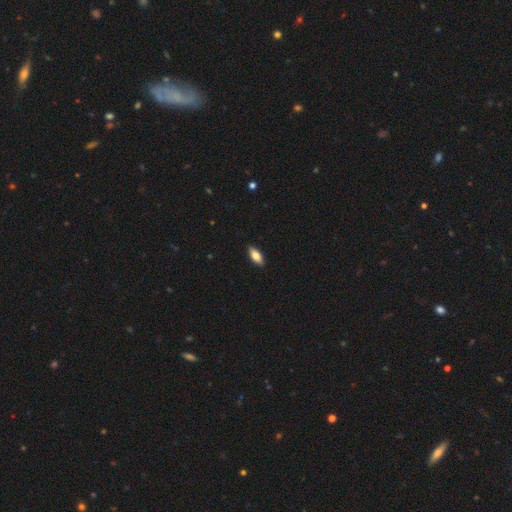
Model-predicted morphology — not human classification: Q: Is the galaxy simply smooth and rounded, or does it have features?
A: smooth — 80%.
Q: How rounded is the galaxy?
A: in between — 82%.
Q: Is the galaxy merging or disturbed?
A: none — 90%.